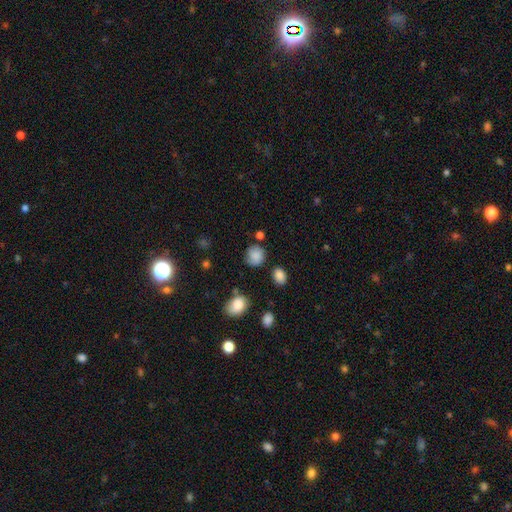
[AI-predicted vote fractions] smooth_or_featured: smooth (p=0.81) [alt: star or artifact p=0.10]
how_rounded: round (p=0.78) [alt: in between p=0.21]
merging: none (p=0.67) [alt: minor disturbance p=0.22]